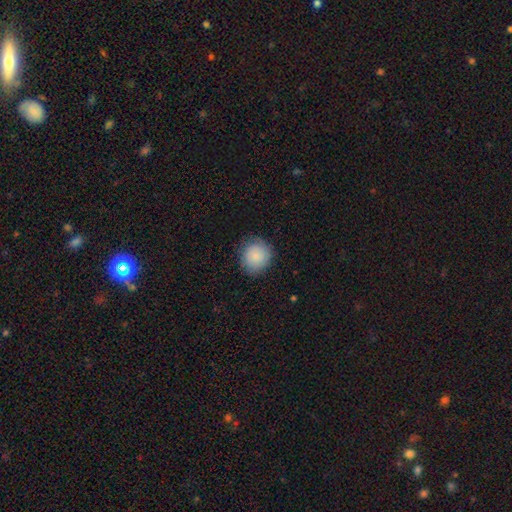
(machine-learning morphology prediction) smooth_or_featured: smooth (p=0.84) [alt: featured or disk p=0.08]
how_rounded: round (p=0.88) [alt: in between p=0.11]
merging: none (p=0.84) [alt: minor disturbance p=0.12]